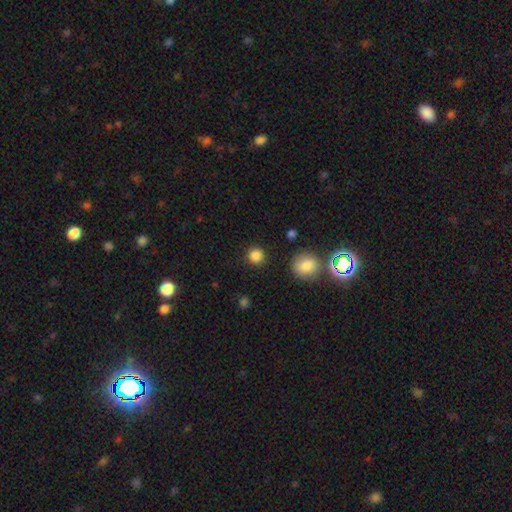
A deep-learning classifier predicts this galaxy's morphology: Smooth or featured: smooth — 85% (star or artifact — 11%)
How rounded: round — 93% (in between — 6%)
Merging: none — 88% (minor disturbance — 7%)